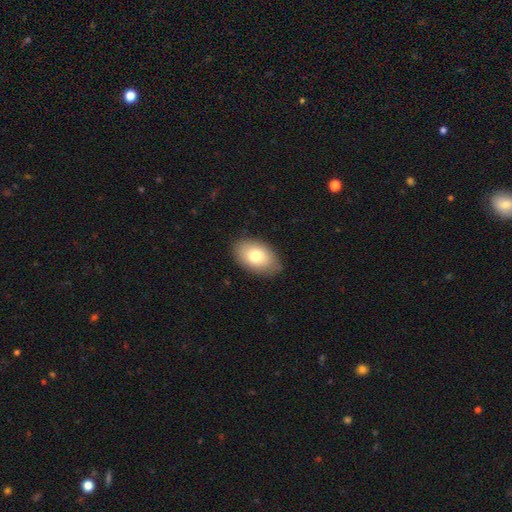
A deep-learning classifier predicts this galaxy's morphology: Smooth or featured? smooth (77%)
How rounded? in between (90%)
Merging? none (83%)